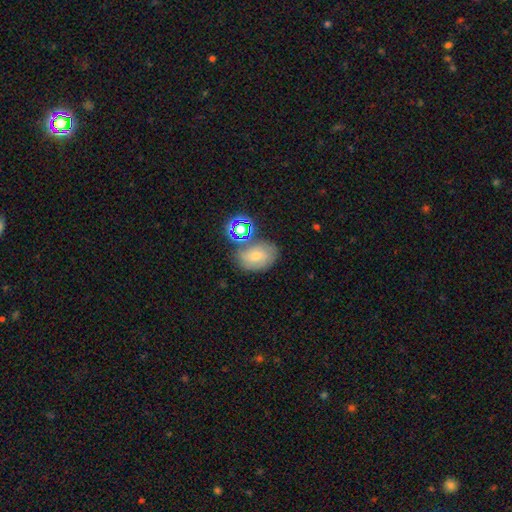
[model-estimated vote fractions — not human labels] smooth-or-featured: smooth: 52% | featured or disk: 24% | star or artifact: 24%
  how-rounded: in between: 72% | round: 26% | cigar-shaped: 1%
  merging: none: 65% | minor disturbance: 17% | merger: 13% | major disturbance: 6%